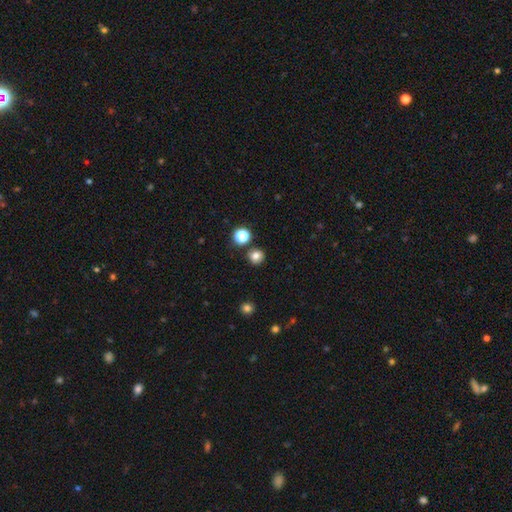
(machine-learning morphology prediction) Overall: smooth (79%). How rounded: round (92%). Merging: none (87%).